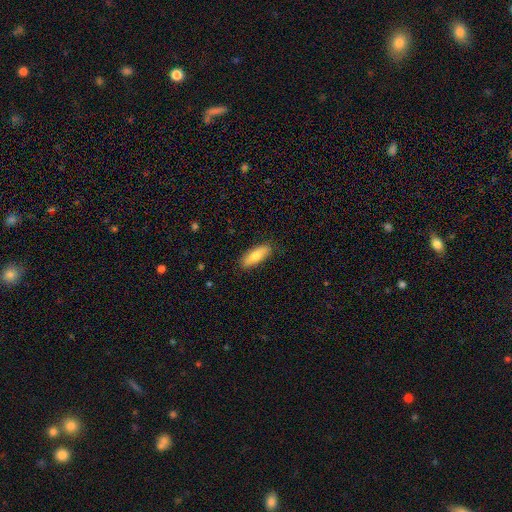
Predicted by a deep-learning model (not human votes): This appears to be a smooth galaxy with no disk features (71%) that is in between round and cigar-shaped (63%). Merging: none (87%).